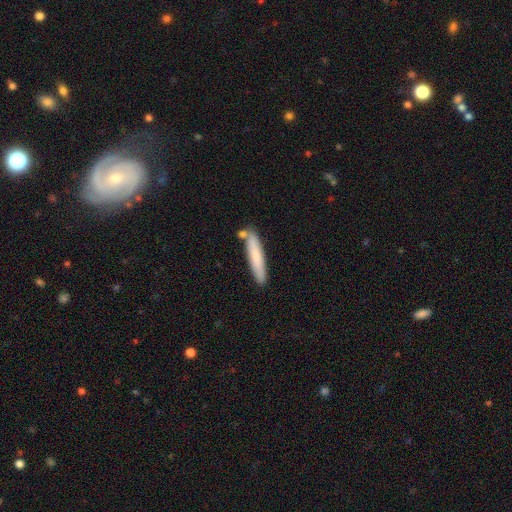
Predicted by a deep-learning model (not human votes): This appears to be a smooth galaxy with no disk features (76%) that is cigar-shaped (91%). Merging: none (77%).